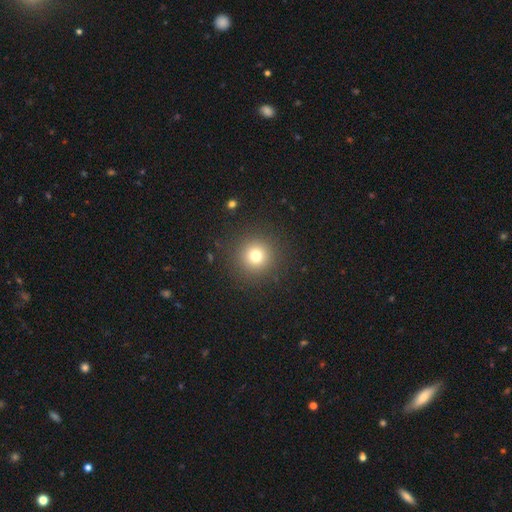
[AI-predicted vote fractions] A smooth galaxy with no disk features (75%) that is round (95%).

Vote fractions:
- Smooth or featured? smooth: 75% / star or artifact: 16% / featured or disk: 9%
- How rounded? round: 95% / in between: 4% / cigar-shaped: 1%
- Merging? none: 90% / minor disturbance: 6% / major disturbance: 3% / merger: 1%